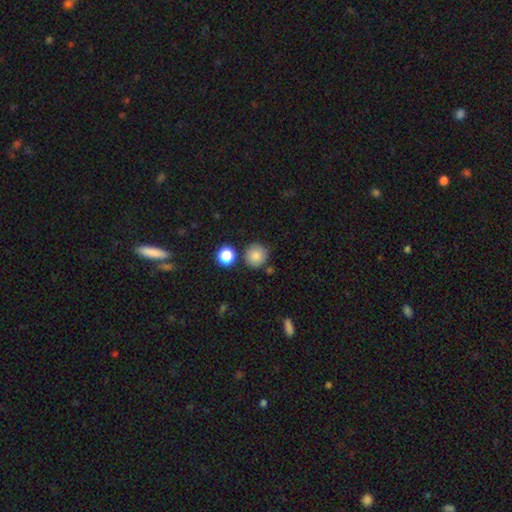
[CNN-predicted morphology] Overall: smooth (84%). How rounded: round (93%). Merging: none (80%).